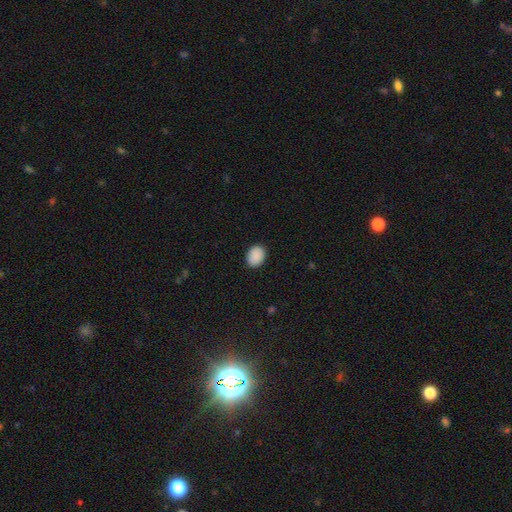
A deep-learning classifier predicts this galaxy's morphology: This appears to be a smooth galaxy with no disk features (90%) that is in between round and cigar-shaped (67%). Merging: none (90%).